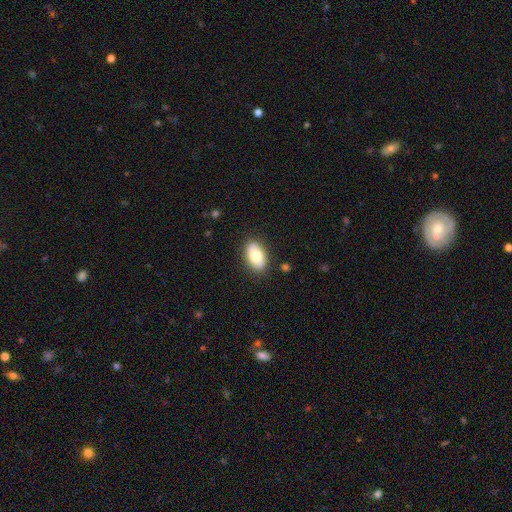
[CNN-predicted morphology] This is likely a smooth galaxy (78%). How rounded: clearly in between (92%). Merging: clearly none (87%).